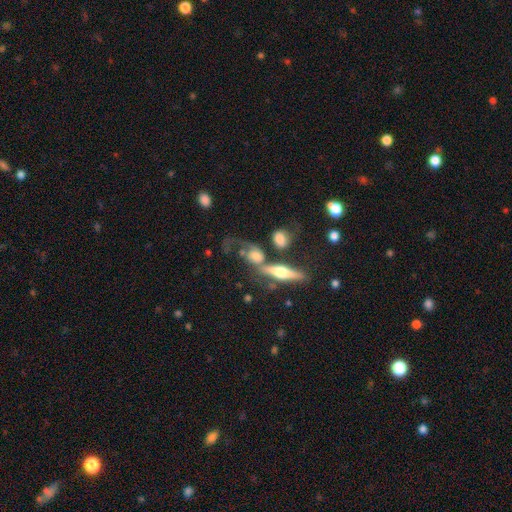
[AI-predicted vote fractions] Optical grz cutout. It shows a featured or disk galaxy (51%). Merging: merger (32%).